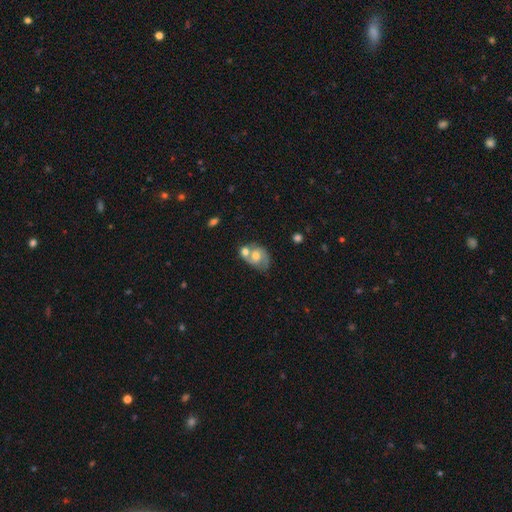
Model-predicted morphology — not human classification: featured or disk 59%, smooth 34%, star or artifact 7%. Down the decision tree: edge-on disk — no (97%); bar — no (69%); spiral arms — yes (77%); bulge size — moderate (67%); merging — merger (50%).